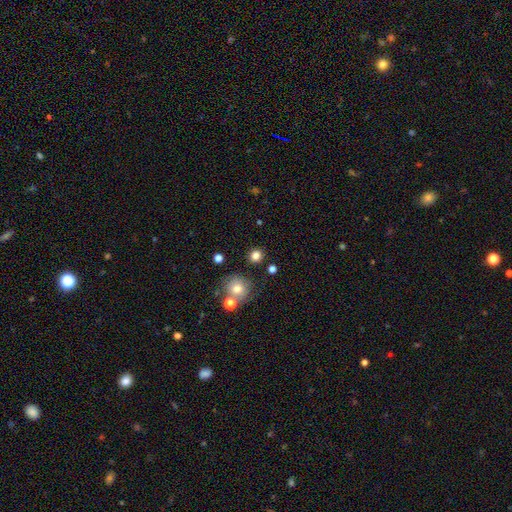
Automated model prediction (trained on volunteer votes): This appears to be a smooth galaxy with no disk features (81%) that is round (89%). Merging: none (82%).